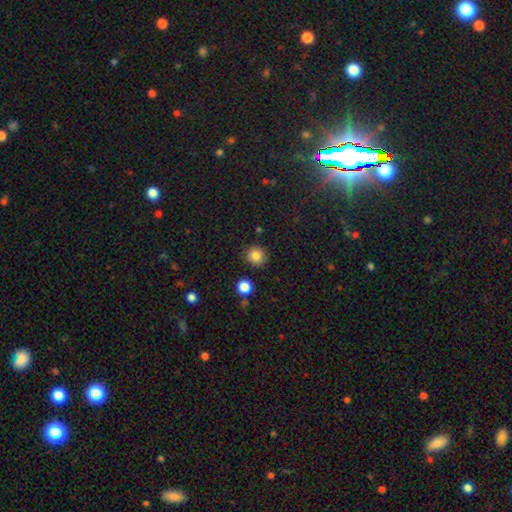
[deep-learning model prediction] Smooth or featured?
  - smooth: 85% *
  - star or artifact: 11%
  - featured or disk: 5%
How rounded?
  - round: 89% *
  - in between: 10%
  - cigar-shaped: 1%
Merging?
  - none: 88% *
  - minor disturbance: 7%
  - merger: 3%
  - major disturbance: 2%